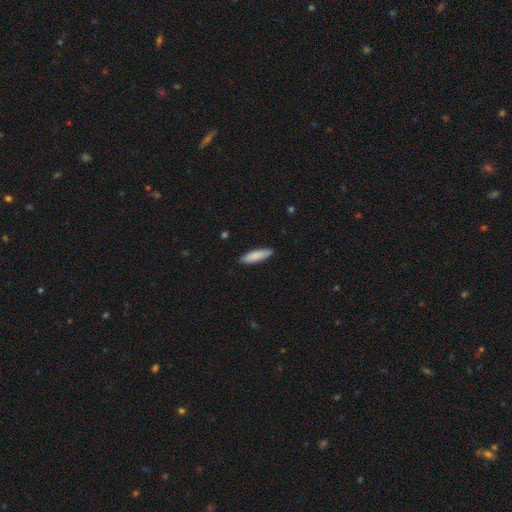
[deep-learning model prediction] This appears to be a smooth galaxy with no disk features (86%) that is cigar-shaped (58%). Merging: none (89%).